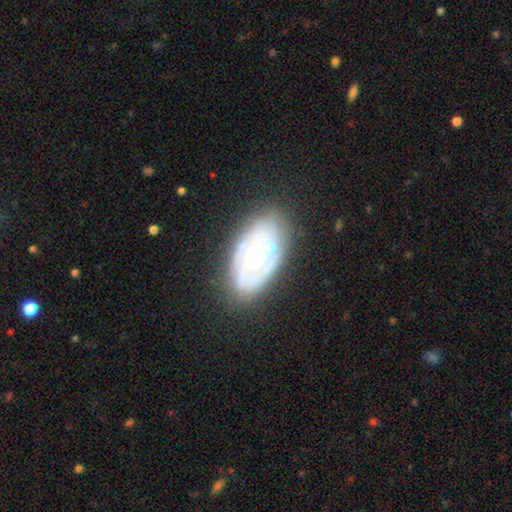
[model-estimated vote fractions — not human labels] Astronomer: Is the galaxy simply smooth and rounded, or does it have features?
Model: featured or disk — 71%.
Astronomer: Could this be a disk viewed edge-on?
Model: no — 94%.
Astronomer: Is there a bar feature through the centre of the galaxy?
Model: no — 82%.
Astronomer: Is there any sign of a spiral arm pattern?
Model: no — 52% (runner-up: yes, 48%).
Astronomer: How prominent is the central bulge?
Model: moderate — 57%.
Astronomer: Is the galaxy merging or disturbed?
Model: none — 64%.